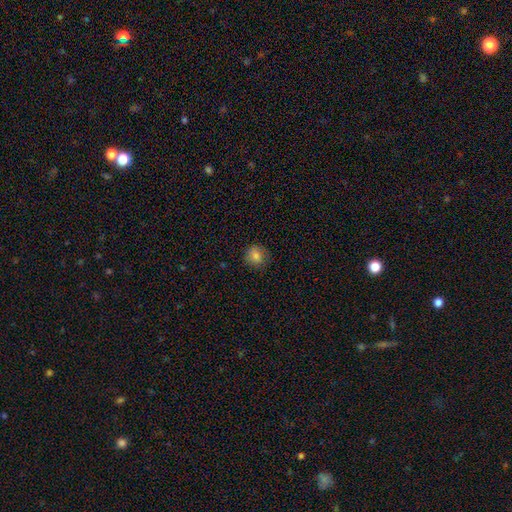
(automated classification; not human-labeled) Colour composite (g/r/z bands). It shows a smooth galaxy with no disk features (82%) that is round (82%). Merging: none (82%).